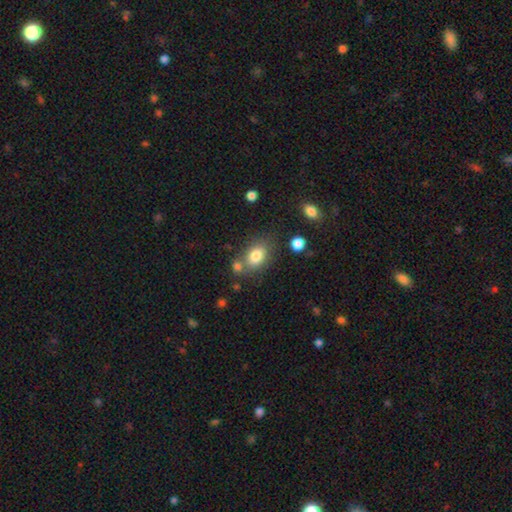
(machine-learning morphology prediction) Smooth or featured: smooth — 81% (featured or disk — 10%)
How rounded: in between — 76% (round — 23%)
Merging: none — 61% (merger — 18%)